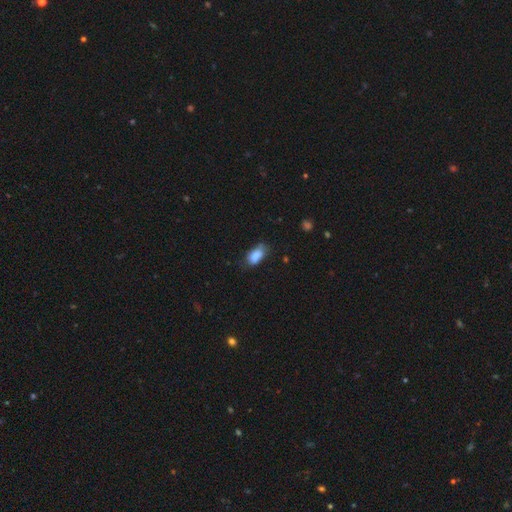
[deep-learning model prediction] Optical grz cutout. It shows a smooth galaxy with no disk features (84%) that is in between round and cigar-shaped (90%). Merging: none (54%).